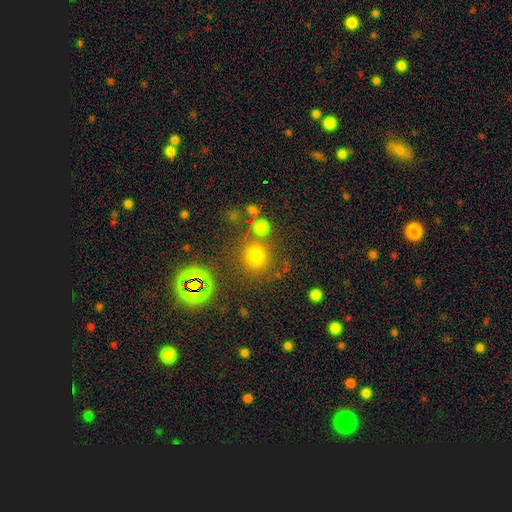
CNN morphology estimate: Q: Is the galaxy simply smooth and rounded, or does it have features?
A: smooth — 71%.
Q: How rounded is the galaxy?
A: round — 88%.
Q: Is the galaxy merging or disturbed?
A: none — 72%.